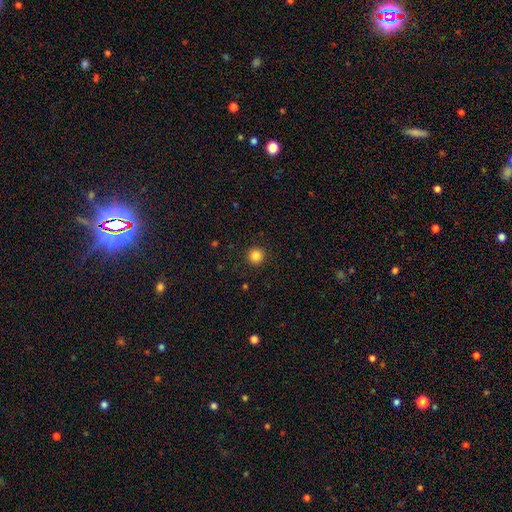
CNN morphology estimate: This appears to be a smooth galaxy with no disk features (85%) that is round (95%). Merging: none (93%).